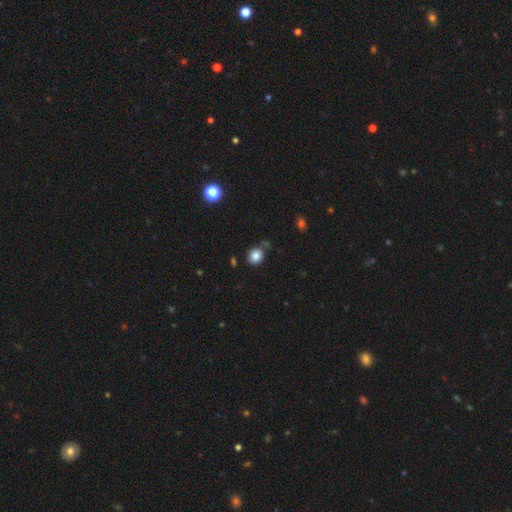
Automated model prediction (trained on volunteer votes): A smooth galaxy with no disk features (84%) that is round (72%). Merging: none (77%).